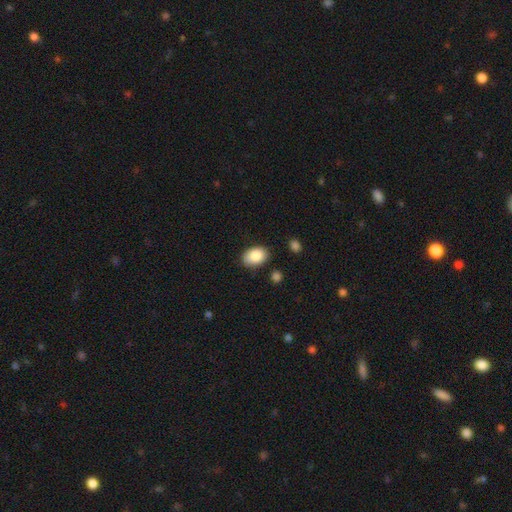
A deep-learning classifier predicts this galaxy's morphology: smooth-or-featured: smooth: 86% | star or artifact: 7% | featured or disk: 7%
  how-rounded: in between: 85% | round: 14% | cigar-shaped: 1%
  merging: none: 81% | minor disturbance: 13% | major disturbance: 3% | merger: 3%